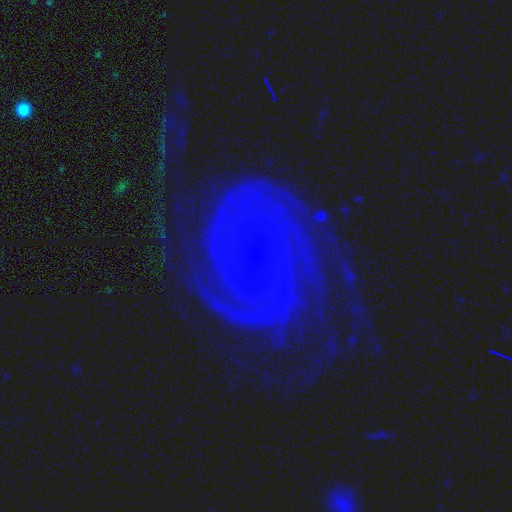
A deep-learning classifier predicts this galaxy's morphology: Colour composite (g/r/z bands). It shows a featured or disk galaxy (91%) with a weak bar (38%), 2 (55%) tight (75%) spiral arms (99%) and a small central bulge (83%). Merging: none (74%).